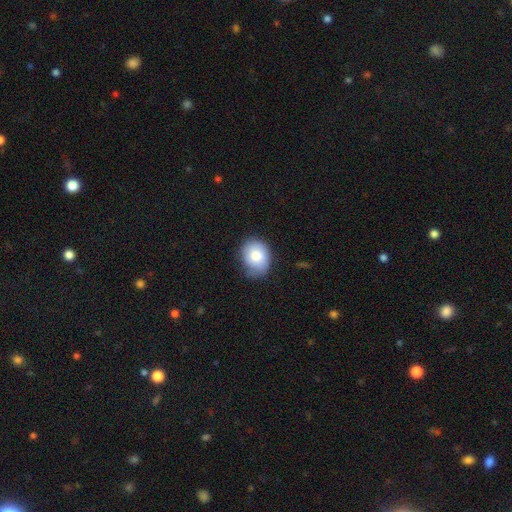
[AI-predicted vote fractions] Overall: smooth (79%). How rounded: in between (52%; round 47%). Merging: none (63%; minor disturbance 29%).